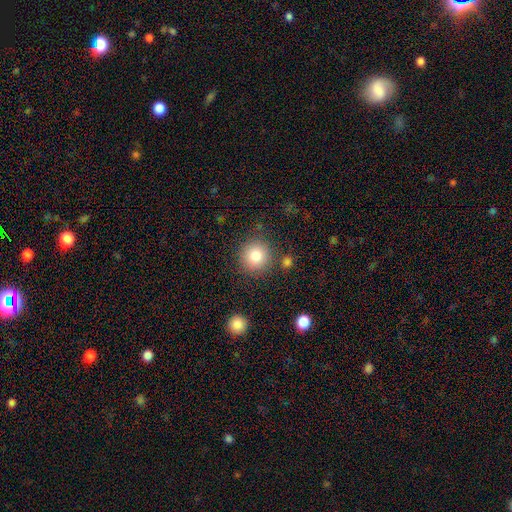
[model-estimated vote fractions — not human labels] Smooth or featured?
  - smooth: 83% *
  - star or artifact: 10%
  - featured or disk: 8%
How rounded?
  - round: 93% *
  - in between: 6%
  - cigar-shaped: 1%
Merging?
  - none: 84% *
  - minor disturbance: 8%
  - merger: 4%
  - major disturbance: 3%